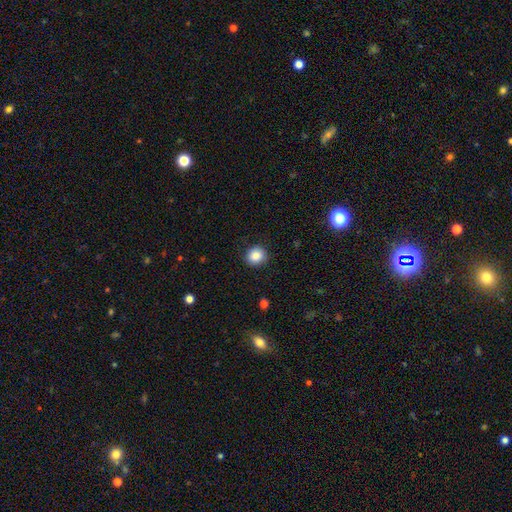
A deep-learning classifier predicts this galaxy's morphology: A smooth galaxy with no disk features (84%) that is round (85%). Merging: none (89%).